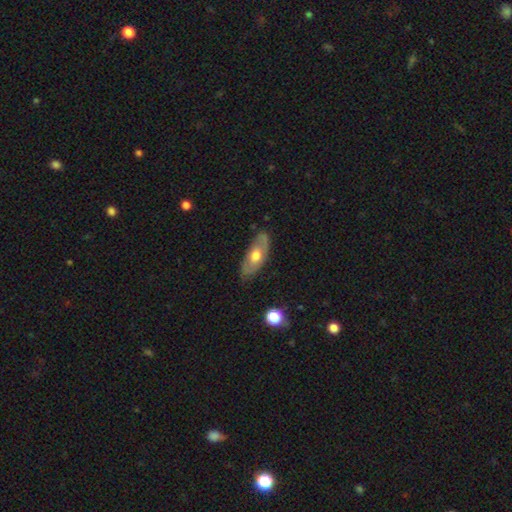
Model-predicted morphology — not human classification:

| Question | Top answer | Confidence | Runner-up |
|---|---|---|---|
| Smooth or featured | featured or disk | 50% | smooth (44%) |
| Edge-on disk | no | 77% | yes (23%) |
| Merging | none | 76% | minor disturbance (18%) |